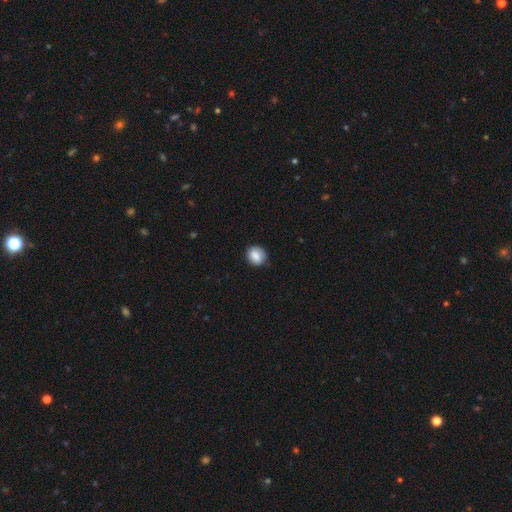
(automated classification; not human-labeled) The model was most divided on "how rounded": round: 69%, in between: 30%, cigar-shaped: 1%. More confident: smooth or featured — smooth (83%); merging — none (82%).